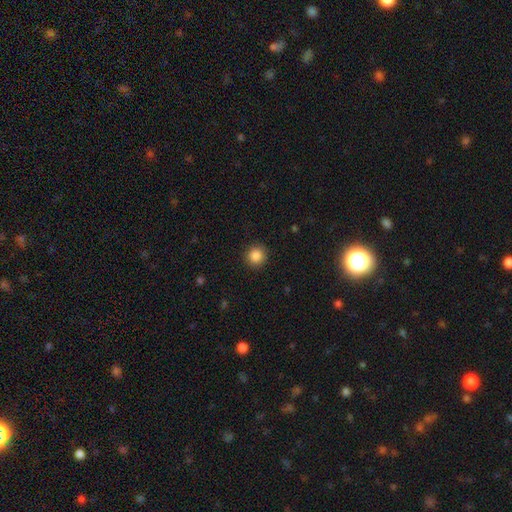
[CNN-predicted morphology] Smooth or featured? smooth (87%)
How rounded? round (93%)
Merging? none (91%)